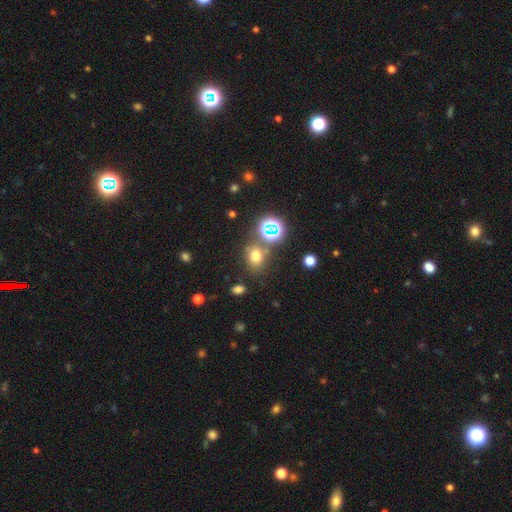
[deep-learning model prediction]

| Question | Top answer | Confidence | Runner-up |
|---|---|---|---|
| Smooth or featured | smooth | 65% | star or artifact (26%) |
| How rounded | round | 52% | in between (47%) |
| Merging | none | 70% | merger (13%) |